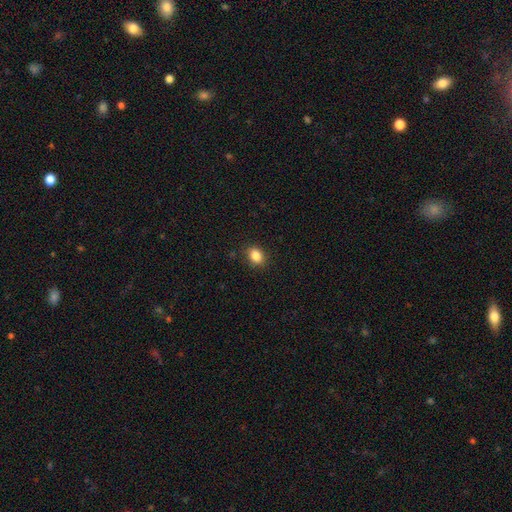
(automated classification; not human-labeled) The model was most divided on "how rounded": in between: 65%, round: 34%, cigar-shaped: 1%. More confident: merging — none (88%); smooth or featured — smooth (86%).